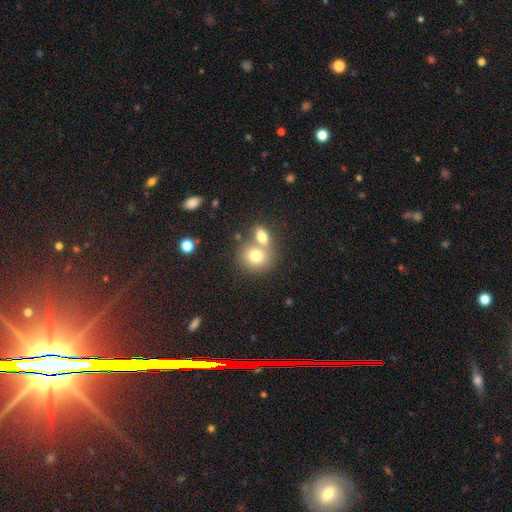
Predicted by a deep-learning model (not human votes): smooth-or-featured: smooth: 75% | featured or disk: 15% | star or artifact: 10%
  how-rounded: round: 67% | in between: 32% | cigar-shaped: 1%
  merging: merger: 53% | none: 36% | minor disturbance: 8% | major disturbance: 3%